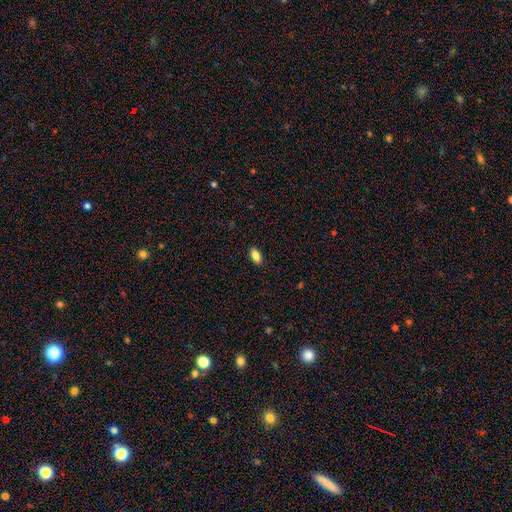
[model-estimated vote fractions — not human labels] smooth_or_featured: smooth (p=0.85) [alt: star or artifact p=0.08]
how_rounded: in between (p=0.90) [alt: cigar-shaped p=0.06]
merging: none (p=0.90) [alt: minor disturbance p=0.08]